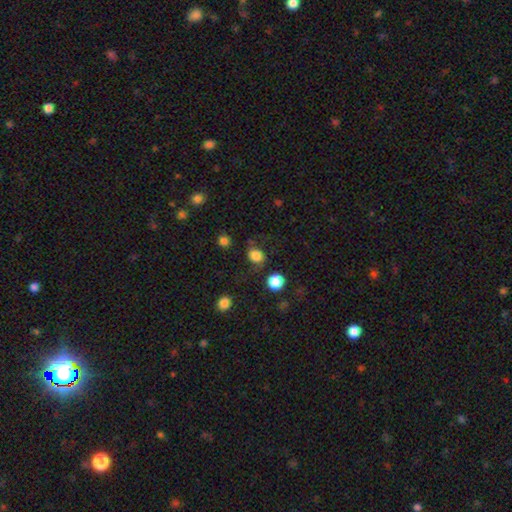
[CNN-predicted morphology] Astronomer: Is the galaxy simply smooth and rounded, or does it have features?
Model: smooth — 81%.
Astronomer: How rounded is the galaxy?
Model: round — 64%.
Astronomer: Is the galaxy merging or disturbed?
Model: none — 69%.